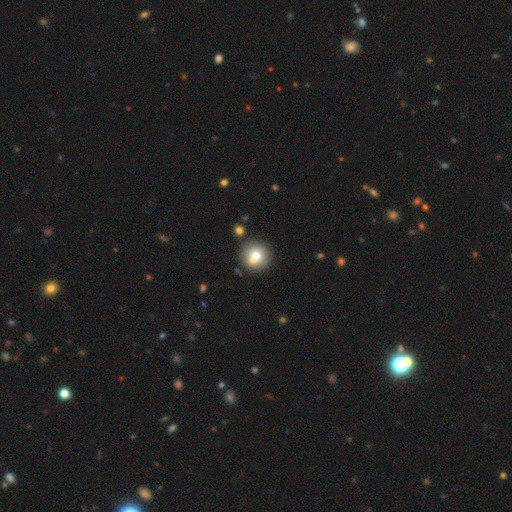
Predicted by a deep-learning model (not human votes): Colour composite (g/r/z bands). It shows a smooth galaxy with no disk features (72%) that is round (93%). Merging: none (75%).